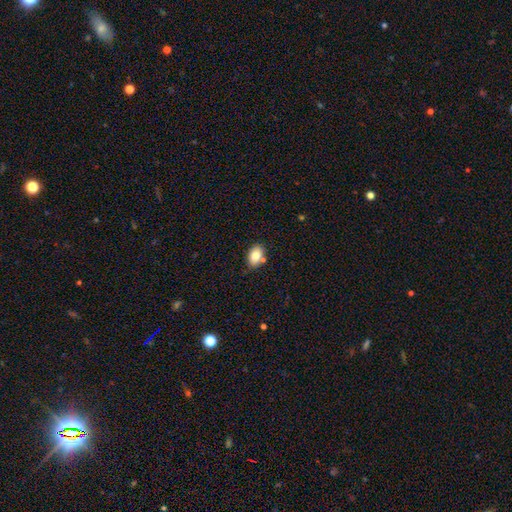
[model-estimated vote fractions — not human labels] smooth 82%, featured or disk 10%, star or artifact 8%. Down the decision tree: how rounded — in between (82%); merging — none (73%).